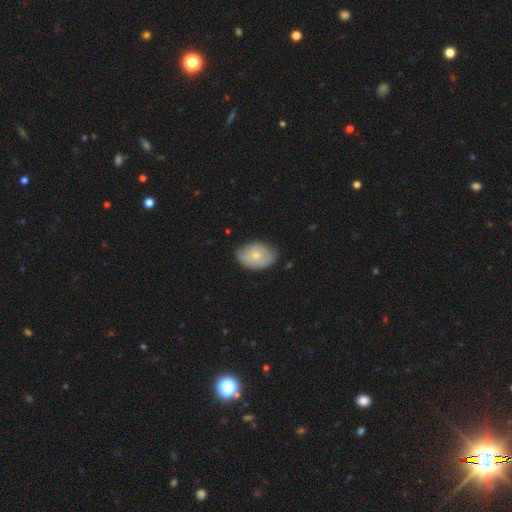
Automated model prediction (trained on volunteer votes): smooth 64%, featured or disk 29%, star or artifact 7%. Down the decision tree: how rounded — in between (77%); merging — none (61%).